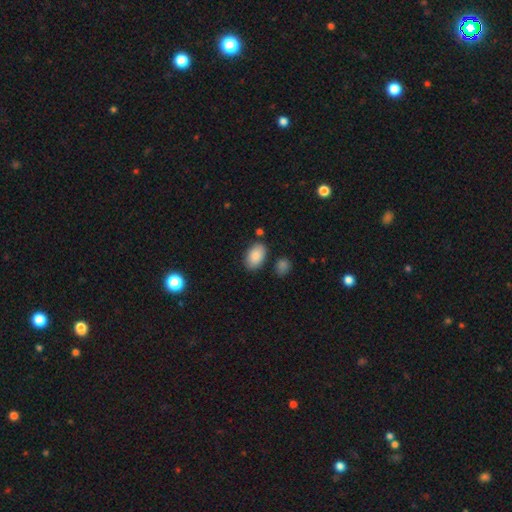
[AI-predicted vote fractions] A smooth galaxy with no disk features (87%) that is in between round and cigar-shaped (91%). Merging: none (80%).